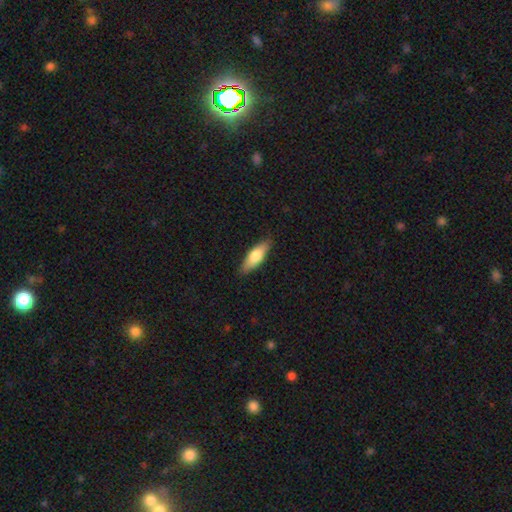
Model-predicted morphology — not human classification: smooth-or-featured: smooth: 69% | featured or disk: 25% | star or artifact: 6%
  how-rounded: in between: 54% | cigar-shaped: 44% | round: 2%
  merging: none: 87% | minor disturbance: 10% | major disturbance: 2% | merger: 1%